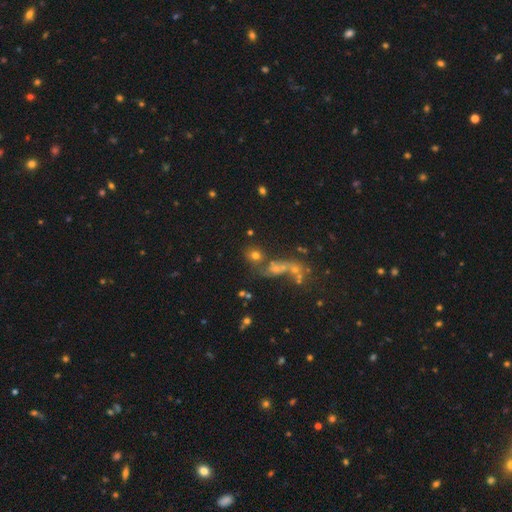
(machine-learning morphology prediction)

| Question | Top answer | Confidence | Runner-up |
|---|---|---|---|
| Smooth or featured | smooth | 54% | star or artifact (27%) |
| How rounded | round | 73% | in between (22%) |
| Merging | none | 47% | merger (33%) |